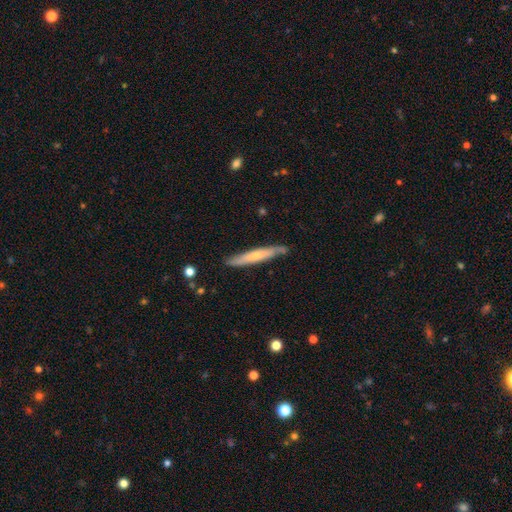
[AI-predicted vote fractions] smooth-or-featured: smooth: 53% | featured or disk: 42% | star or artifact: 5%
  how-rounded: cigar-shaped: 95% | in between: 4% | round: 1%
  merging: none: 82% | minor disturbance: 14% | major disturbance: 2% | merger: 2%